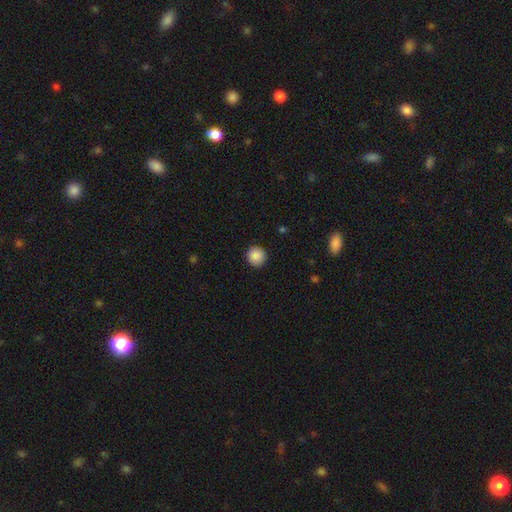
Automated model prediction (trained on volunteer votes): smooth 88%, star or artifact 9%, featured or disk 3%. Down the decision tree: how rounded — round (94%); merging — none (91%).